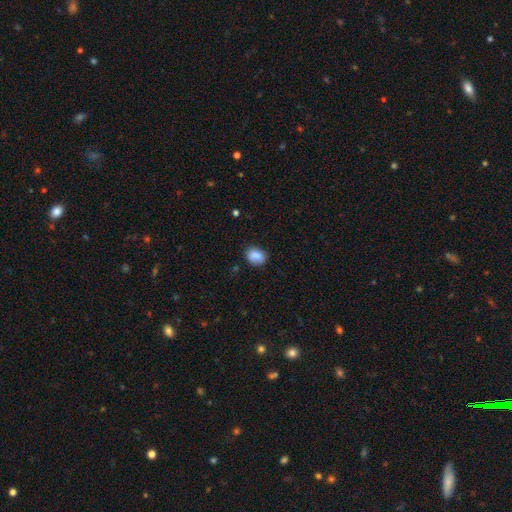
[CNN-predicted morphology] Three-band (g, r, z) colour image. It shows a smooth galaxy with no disk features (84%) that is in between round and cigar-shaped (57%). Merging: none (80%).